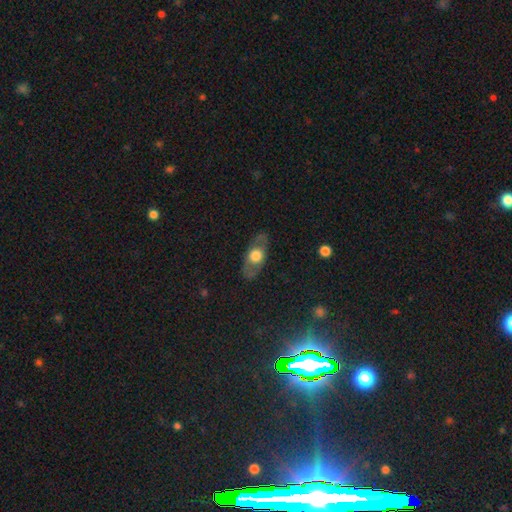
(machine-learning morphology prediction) A featured or disk galaxy (48%).

Vote fractions:
- Smooth or featured? featured or disk: 48% / smooth: 45% / star or artifact: 7%
- Merging? none: 81% / minor disturbance: 13% / major disturbance: 5% / merger: 1%